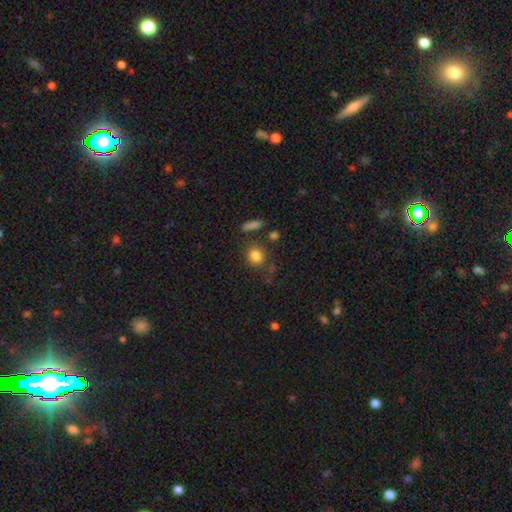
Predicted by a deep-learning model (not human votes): The model was most divided on "merging": none: 78%, minor disturbance: 11%, merger: 6%, major disturbance: 4%. More confident: how rounded — round (83%); smooth or featured — smooth (83%).